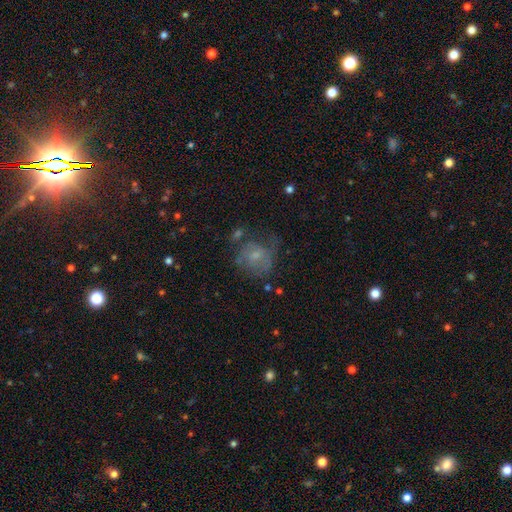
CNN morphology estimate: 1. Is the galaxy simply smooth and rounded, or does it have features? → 49% featured or disk, 38% smooth, 14% star or artifact.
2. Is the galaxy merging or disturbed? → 47% none, 24% major disturbance, 23% minor disturbance, 5% merger.